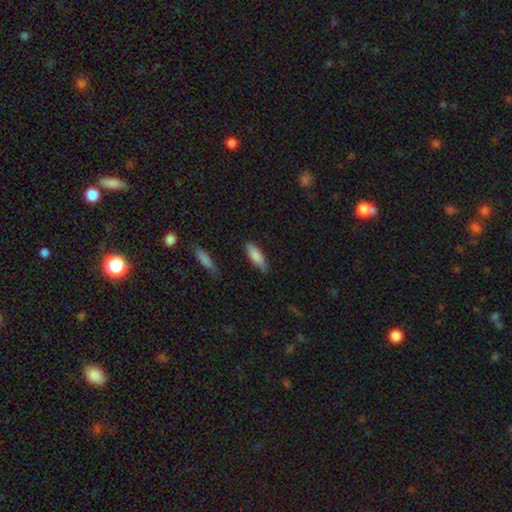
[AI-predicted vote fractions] The model was most divided on "how rounded": in between: 58%, cigar-shaped: 40%, round: 2%. More confident: smooth or featured — smooth (85%); merging — none (82%).